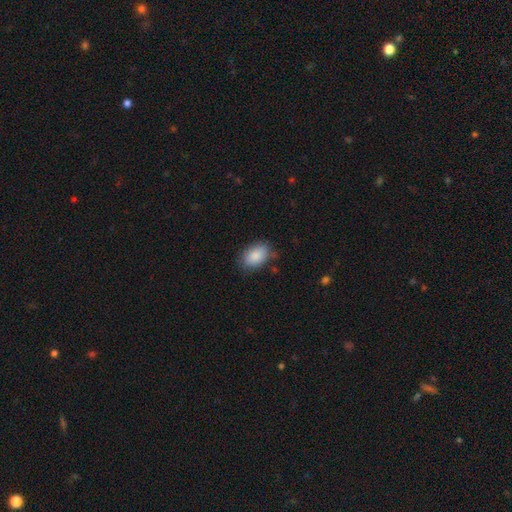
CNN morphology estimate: This appears to be a smooth galaxy with no disk features (87%) that is in between round and cigar-shaped (90%). Merging: none (78%).